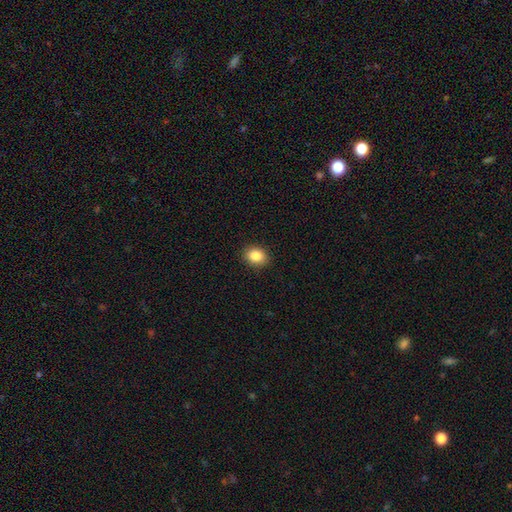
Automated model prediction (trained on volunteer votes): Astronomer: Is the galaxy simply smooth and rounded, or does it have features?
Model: smooth — 86%.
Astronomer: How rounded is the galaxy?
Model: in between — 52% (runner-up: round, 47%).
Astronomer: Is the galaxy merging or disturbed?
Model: none — 90%.